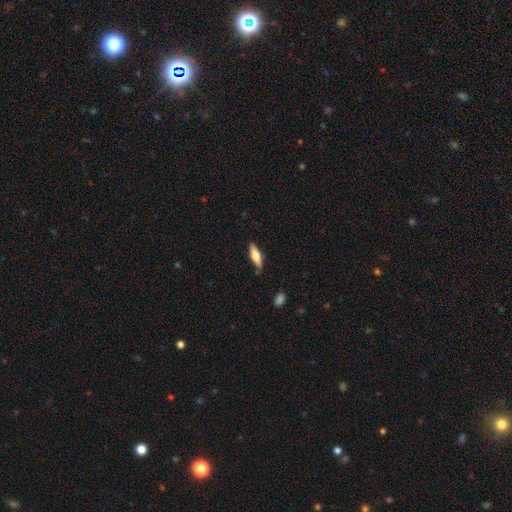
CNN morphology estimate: The model was most divided on "how rounded": cigar-shaped: 54%, in between: 44%, round: 2%. More confident: merging — none (76%); smooth or featured — smooth (63%).